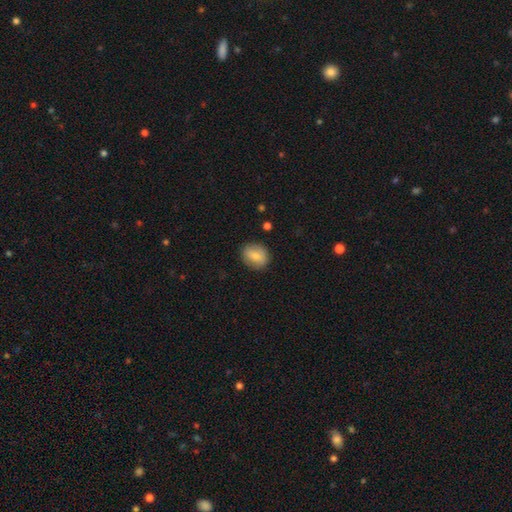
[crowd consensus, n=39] This is likely a smooth galaxy (74%). How rounded: possibly in between (52%). Merging: clearly none (80%).